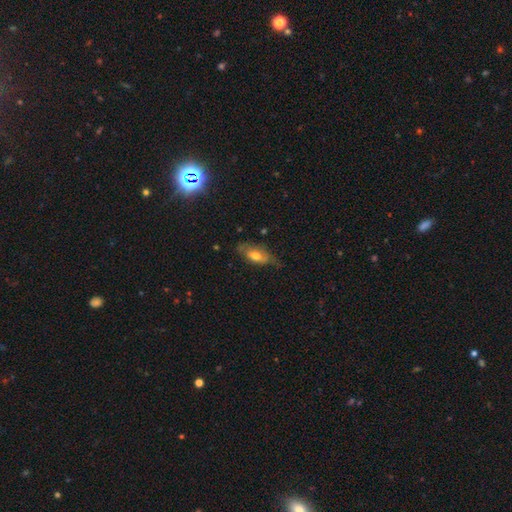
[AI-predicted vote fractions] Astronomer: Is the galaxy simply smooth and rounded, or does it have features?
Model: smooth — 60%.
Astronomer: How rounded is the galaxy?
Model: in between — 81%.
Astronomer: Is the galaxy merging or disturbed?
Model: none — 58%.